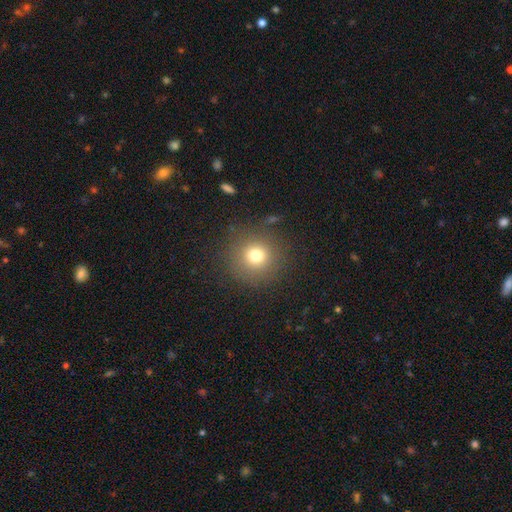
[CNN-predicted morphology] Smooth or featured: smooth — 75% (star or artifact — 15%)
How rounded: round — 94% (in between — 5%)
Merging: none — 87% (minor disturbance — 8%)